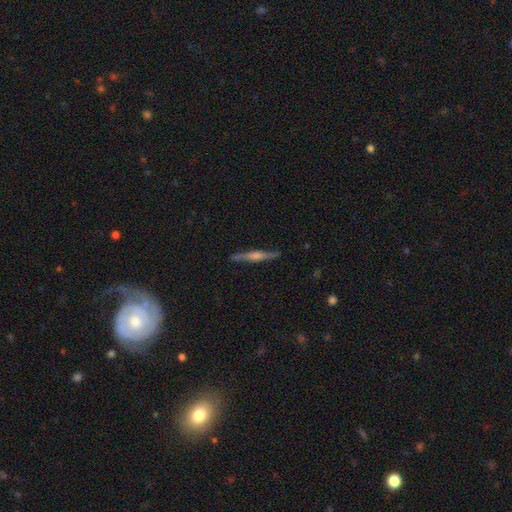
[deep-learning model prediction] A featured or disk galaxy (75%) viewed edge-on (97%) with a rounded central bulge (76%). Merging: none (89%).